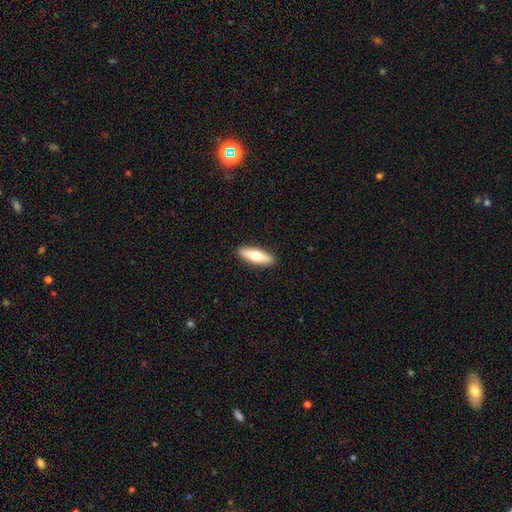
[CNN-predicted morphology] type=smooth (60%); roundness=cigar-shaped (51%); merging=none (91%).